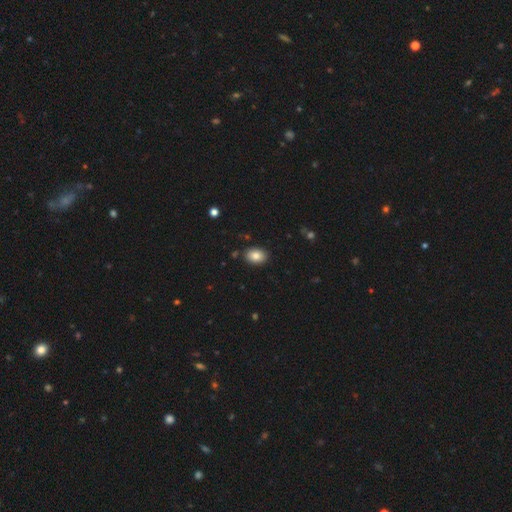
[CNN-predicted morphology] Q: Smooth or featured?
A: smooth (84%); runner-up: star or artifact (8%)
Q: How rounded?
A: in between (76%); runner-up: round (23%)
Q: Merging?
A: none (88%); runner-up: minor disturbance (8%)